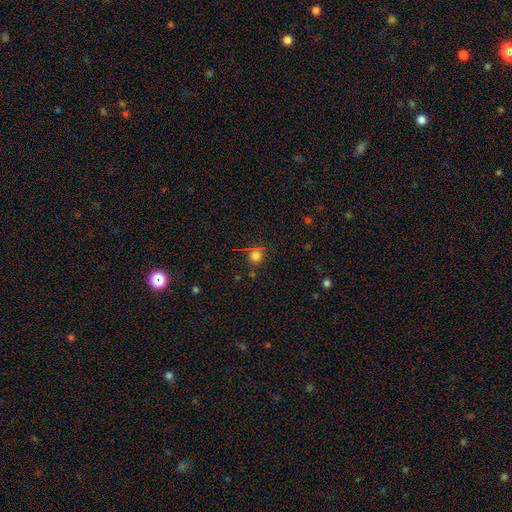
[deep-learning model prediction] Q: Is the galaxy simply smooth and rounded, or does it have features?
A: smooth — 73%.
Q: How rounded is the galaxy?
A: round — 90%.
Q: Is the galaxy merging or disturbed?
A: none — 81%.